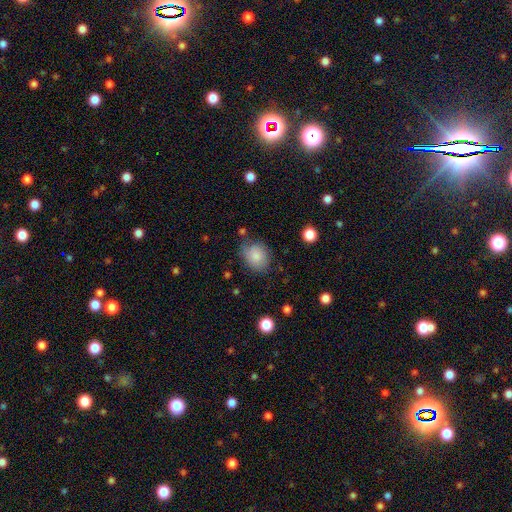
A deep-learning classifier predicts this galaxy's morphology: Smooth or featured: smooth — 84% (featured or disk — 8%)
How rounded: round — 54% (in between — 45%)
Merging: none — 69% (minor disturbance — 22%)